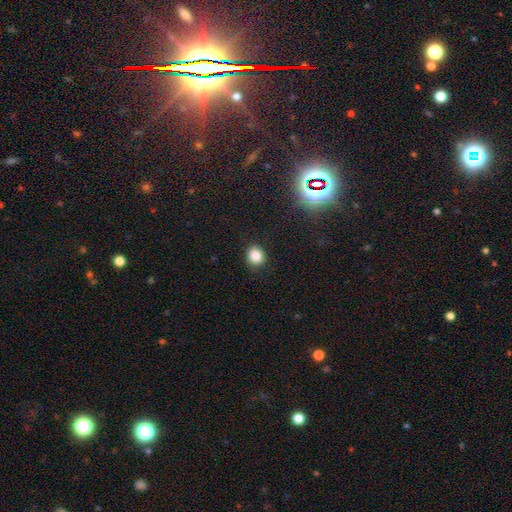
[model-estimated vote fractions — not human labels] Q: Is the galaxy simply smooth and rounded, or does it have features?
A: smooth — 85%.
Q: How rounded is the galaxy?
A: round — 77%.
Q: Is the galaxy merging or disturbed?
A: none — 90%.